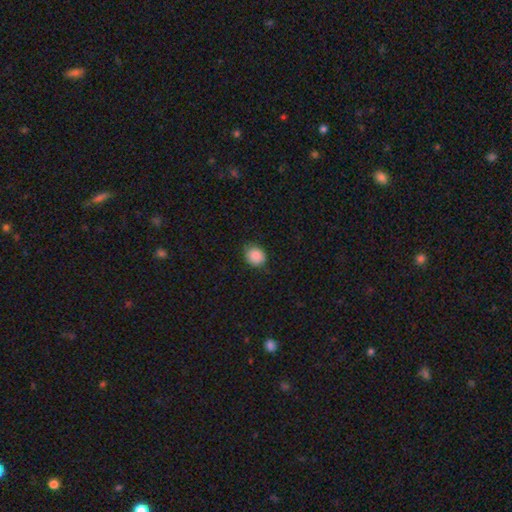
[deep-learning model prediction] A smooth galaxy with no disk features (88%) that is round (66%). Merging: none (76%).